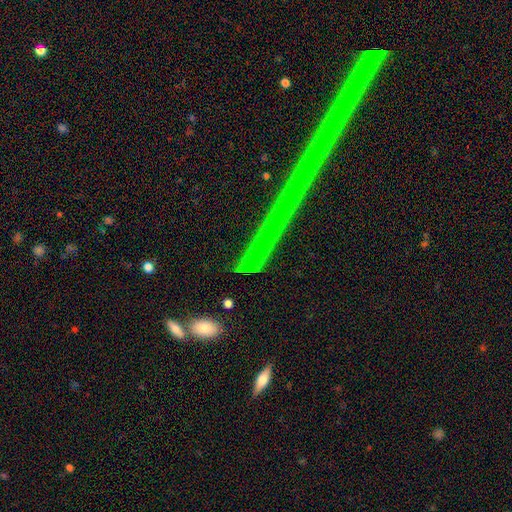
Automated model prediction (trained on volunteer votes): Smooth or featured? star or artifact (63%)